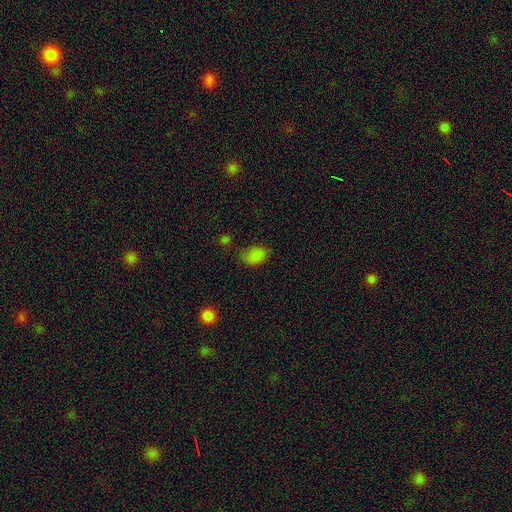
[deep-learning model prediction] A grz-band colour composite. It shows a smooth galaxy with no disk features (79%) that is in between round and cigar-shaped (80%). Merging: none (59%).